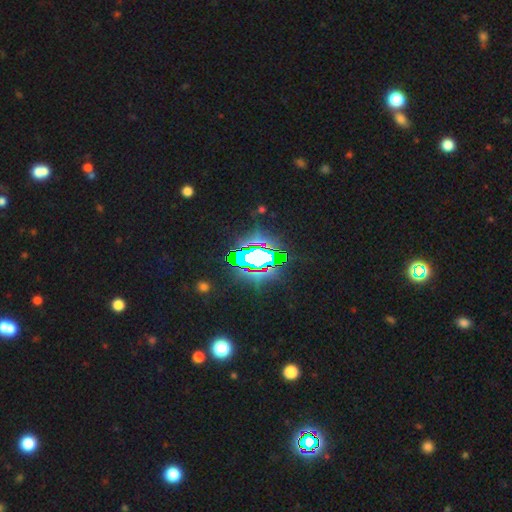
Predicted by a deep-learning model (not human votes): smooth-or-featured: star or artifact: 70% | smooth: 16% | featured or disk: 14%